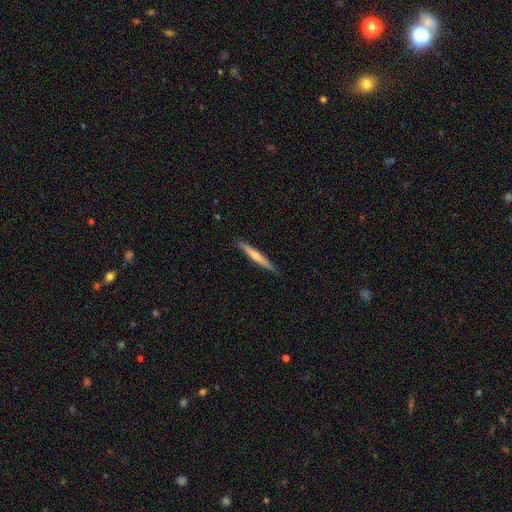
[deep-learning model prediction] The model was most divided on "smooth or featured": smooth: 56%, featured or disk: 39%, star or artifact: 5%. More confident: how rounded — cigar-shaped (96%); merging — none (89%).